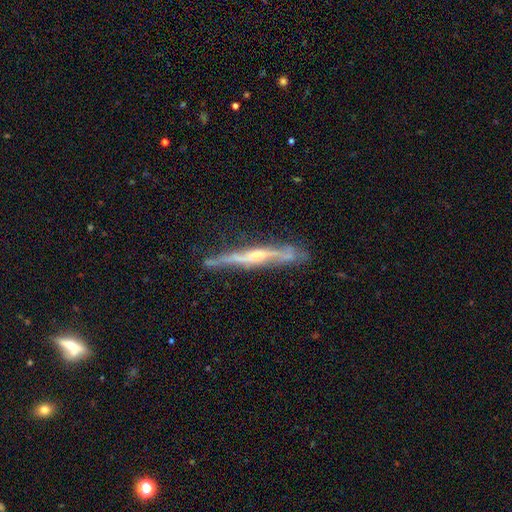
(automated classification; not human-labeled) smooth-or-featured: featured or disk: 80% | smooth: 14% | star or artifact: 6%
  disk-edge-on: yes: 94% | no: 6%
    edge-on-bulge: rounded: 59% | none: 32% | boxy: 9%
  merging: none: 71% | minor disturbance: 22% | major disturbance: 4% | merger: 3%